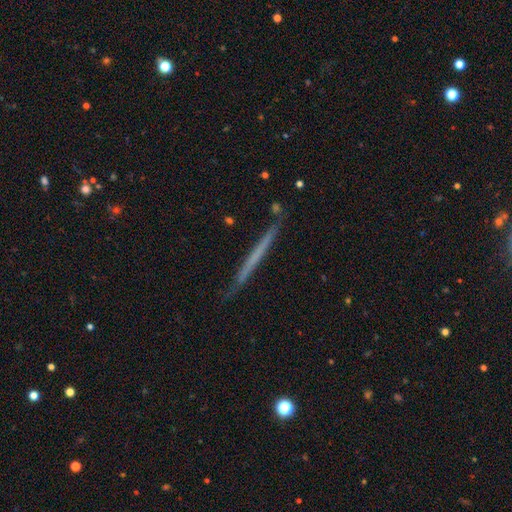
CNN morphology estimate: A featured or disk galaxy (51%) viewed edge-on (97%). Merging: none (88%).